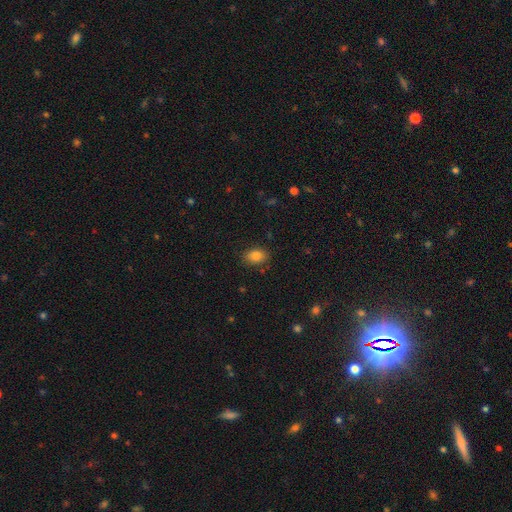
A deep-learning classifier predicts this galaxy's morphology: A smooth galaxy with no disk features (85%) that is in between round and cigar-shaped (78%).

Vote fractions:
- Smooth or featured? smooth: 85% / star or artifact: 10% / featured or disk: 6%
- How rounded? in between: 78% / round: 20% / cigar-shaped: 1%
- Merging? none: 84% / minor disturbance: 12% / major disturbance: 3% / merger: 1%